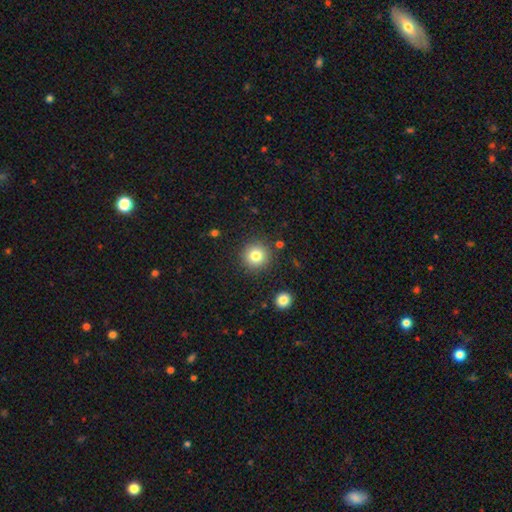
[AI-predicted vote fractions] Smooth or featured? smooth (81%)
How rounded? round (94%)
Merging? none (88%)